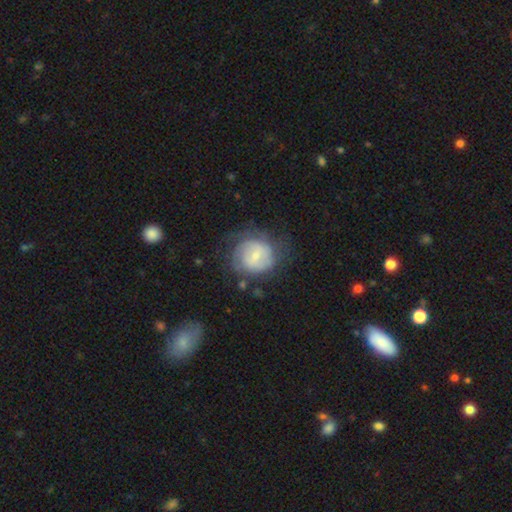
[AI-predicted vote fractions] Smooth or featured: featured or disk — 57% (smooth — 36%)
Edge-on disk: no — 97% (yes — 3%)
Bar: weak — 55% (no — 32%)
Spiral arms: yes — 72% (no — 28%)
Bulge size: small — 62% (moderate — 30%)
Merging: none — 60% (minor disturbance — 22%)